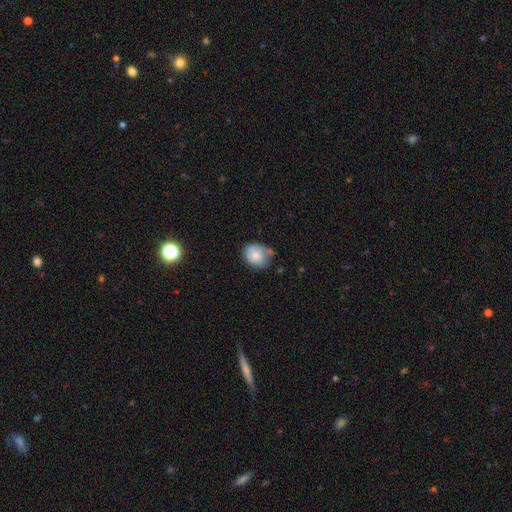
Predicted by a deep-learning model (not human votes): Morphology: type=smooth (75%); roundness=round (52%); merging=none (48%).